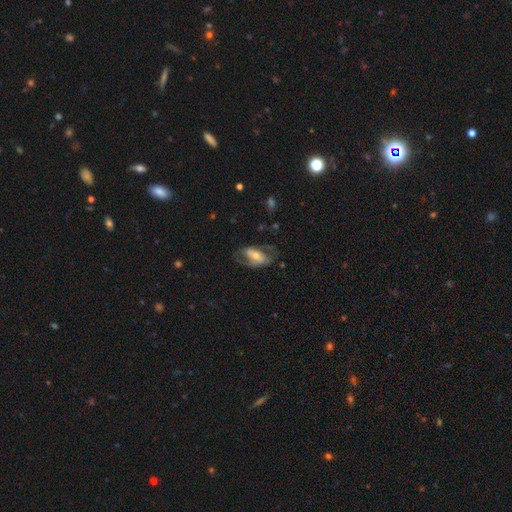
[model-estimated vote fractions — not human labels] Overall: featured or disk (62%; smooth 32%). Edge-on disk: no (92%). Bar: strong (35%; no 34%). Spiral arms: yes (65%; no 35%). Bulge size: moderate (52%; small 37%). Merging: none (56%; major disturbance 21%).